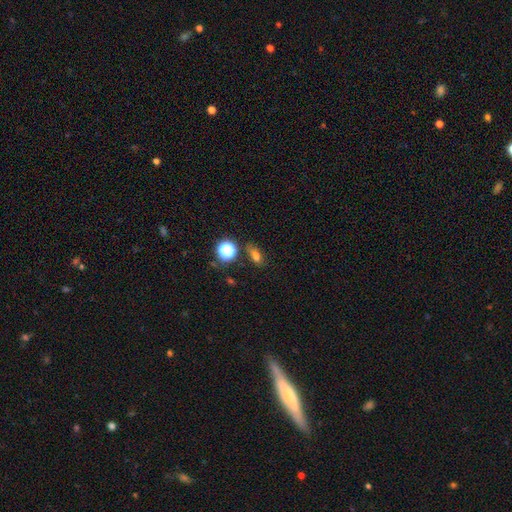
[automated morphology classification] smooth-or-featured: smooth: 71% | star or artifact: 20% | featured or disk: 9%
  how-rounded: in between: 69% | round: 21% | cigar-shaped: 10%
  merging: none: 70% | minor disturbance: 17% | merger: 6% | major disturbance: 6%